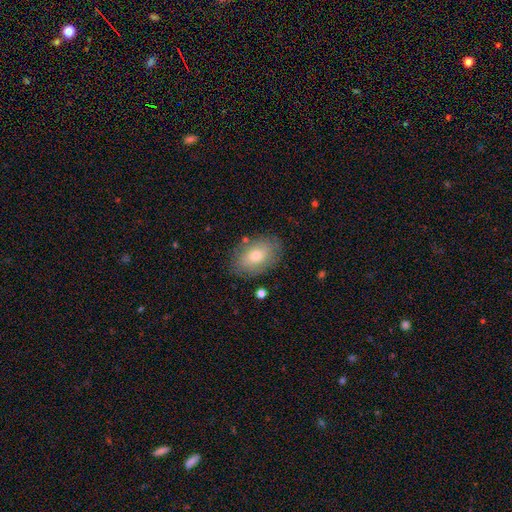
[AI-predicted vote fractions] Smooth or featured?
  - smooth: 70% *
  - featured or disk: 22%
  - star or artifact: 8%
How rounded?
  - in between: 89% *
  - round: 10%
  - cigar-shaped: 1%
Merging?
  - none: 80% *
  - minor disturbance: 14%
  - major disturbance: 4%
  - merger: 2%